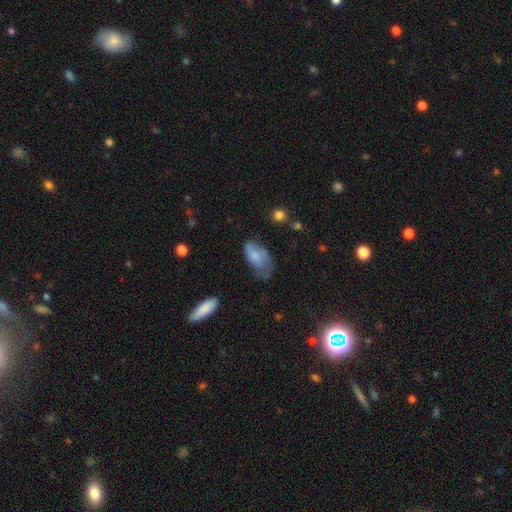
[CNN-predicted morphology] Q: Smooth or featured?
A: smooth (62%); runner-up: featured or disk (31%)
Q: How rounded?
A: in between (92%); runner-up: round (4%)
Q: Merging?
A: minor disturbance (37%); runner-up: none (36%)